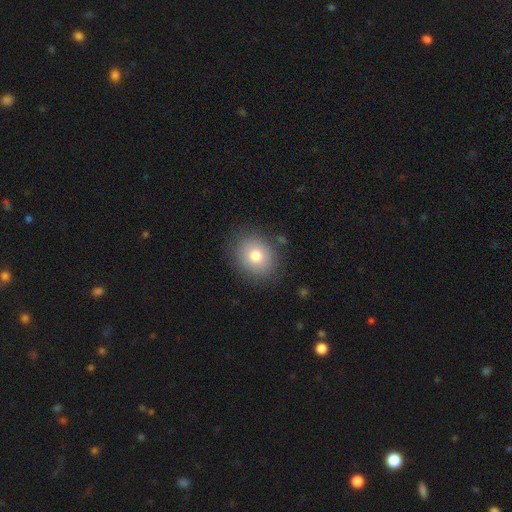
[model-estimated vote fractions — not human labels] smooth_or_featured: smooth (p=0.77) [alt: featured or disk p=0.13]
how_rounded: round (p=0.65) [alt: in between p=0.34]
merging: none (p=0.84) [alt: minor disturbance p=0.10]